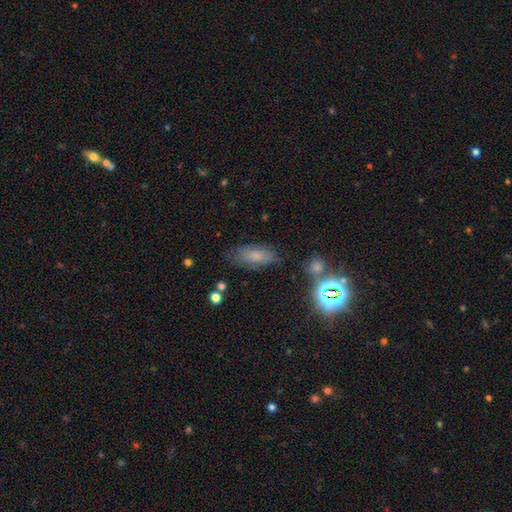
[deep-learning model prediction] Morphology: type=smooth (64%); roundness=in between (81%); merging=none (72%).